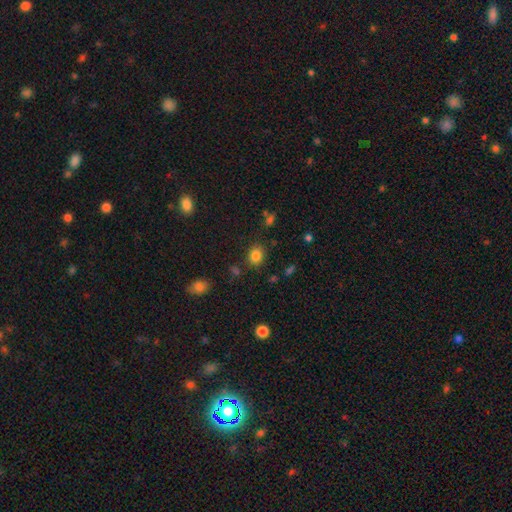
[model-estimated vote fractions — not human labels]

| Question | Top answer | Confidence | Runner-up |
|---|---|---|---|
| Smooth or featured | smooth | 82% | star or artifact (12%) |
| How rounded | round | 59% | in between (40%) |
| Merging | none | 82% | minor disturbance (11%) |